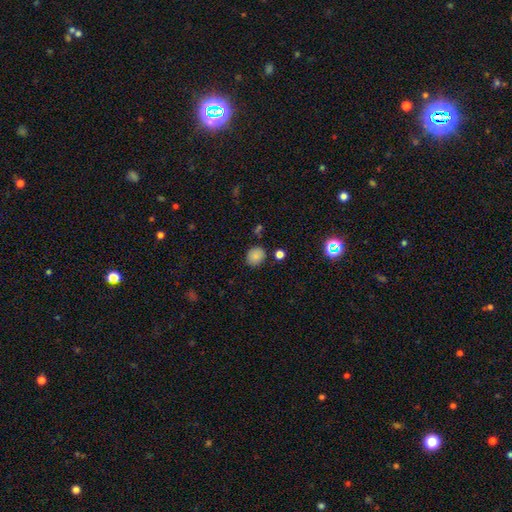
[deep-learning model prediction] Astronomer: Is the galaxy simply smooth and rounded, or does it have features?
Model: smooth — 80%.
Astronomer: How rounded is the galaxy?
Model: round — 74%.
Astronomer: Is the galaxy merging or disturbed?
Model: none — 81%.